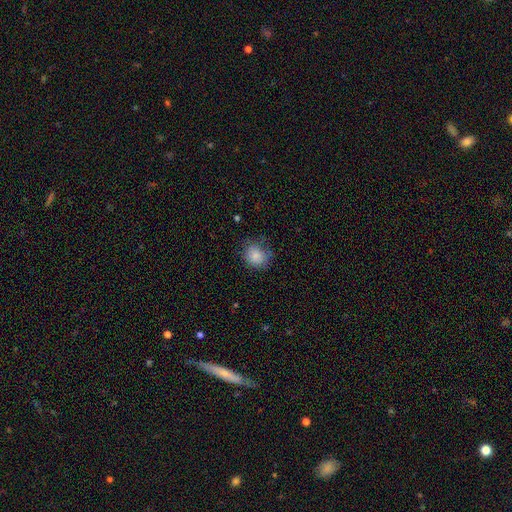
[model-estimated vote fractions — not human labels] The model was most divided on "merging": none: 68%, minor disturbance: 23%, major disturbance: 7%, merger: 2%. More confident: smooth or featured — smooth (83%); how rounded — round (75%).